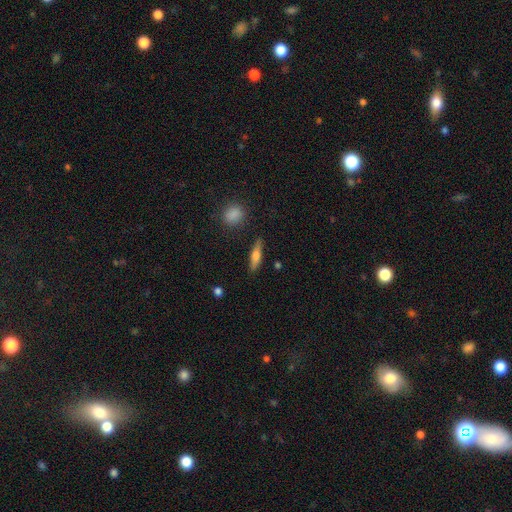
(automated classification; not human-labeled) Smooth or featured: smooth — 59% (featured or disk — 34%)
How rounded: cigar-shaped — 68% (in between — 28%)
Merging: none — 85% (minor disturbance — 11%)